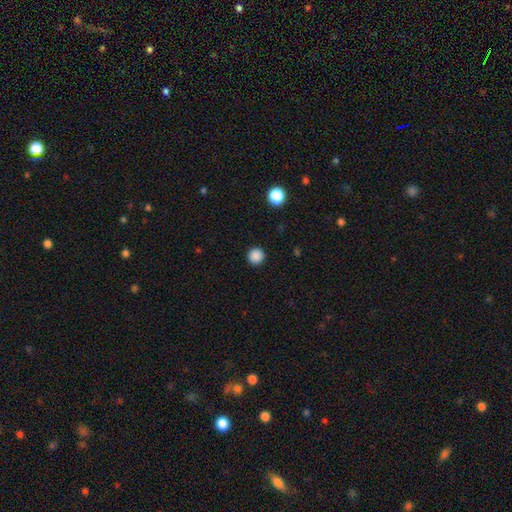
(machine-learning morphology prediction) smooth_or_featured: smooth (p=0.87) [alt: star or artifact p=0.11]
how_rounded: round (p=0.95) [alt: in between p=0.04]
merging: none (p=0.92) [alt: minor disturbance p=0.05]